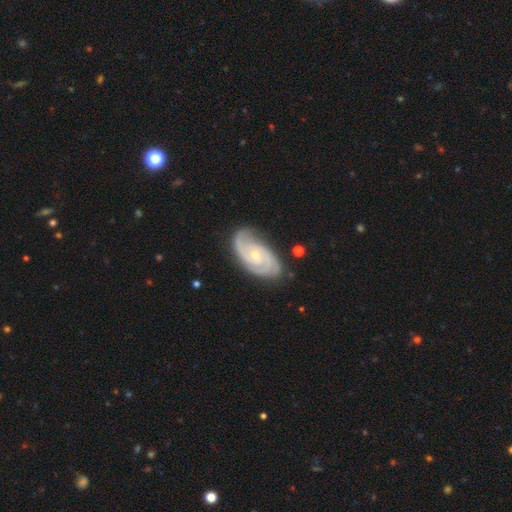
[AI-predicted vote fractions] smooth-or-featured: featured or disk: 89% | smooth: 6% | star or artifact: 4%
  disk-edge-on: no: 96% | yes: 4%
    bar: no: 70% | weak: 25% | strong: 5%
    has-spiral-arms: yes: 98% | no: 2%
      spiral-winding: tight: 63% | medium: 32% | loose: 6%
      spiral-arm-count: 2: 54% | 3: 25% | can't tell: 10% | 4: 4% | 1: 3% | more than 4: 3%
    bulge-size: small: 60% | moderate: 37% | large: 1% | none: 1% | dominant: 1%
  merging: none: 75% | minor disturbance: 18% | major disturbance: 5% | merger: 2%